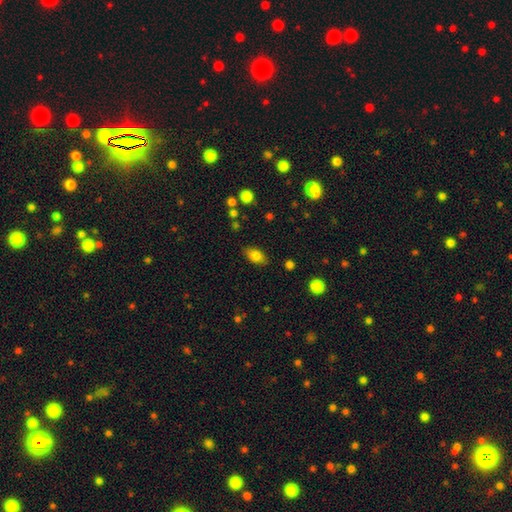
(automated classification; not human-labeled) A smooth galaxy with no disk features (80%) that is in between round and cigar-shaped (88%). Merging: none (83%).